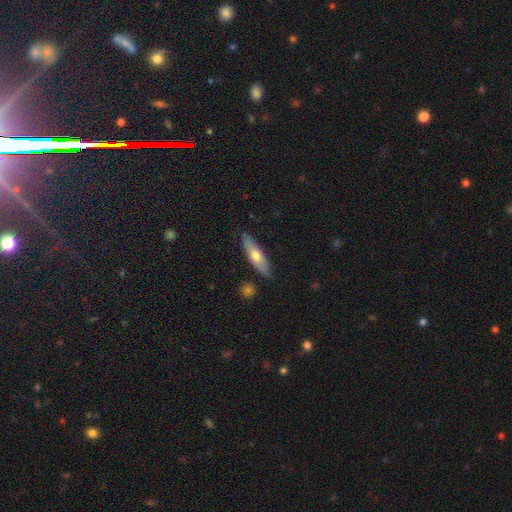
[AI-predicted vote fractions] smooth 57%, featured or disk 37%, star or artifact 6%. Down the decision tree: how rounded — cigar-shaped (64%); merging — none (83%).